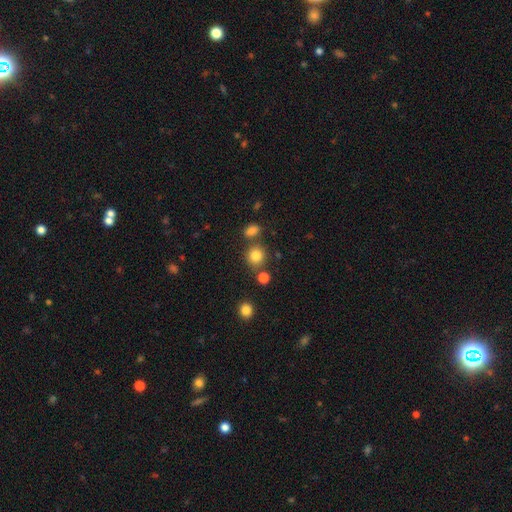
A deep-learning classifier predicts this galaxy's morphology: smooth_or_featured: smooth (p=0.81) [alt: star or artifact p=0.13]
how_rounded: round (p=0.85) [alt: in between p=0.14]
merging: none (p=0.74) [alt: merger p=0.13]